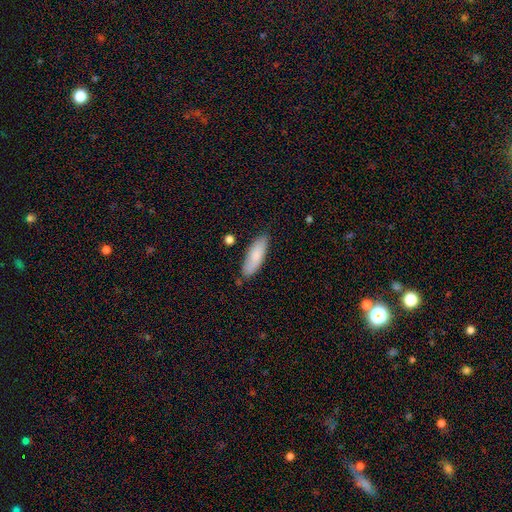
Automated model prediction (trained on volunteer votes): smooth 82%, featured or disk 12%, star or artifact 6%. Down the decision tree: how rounded — in between (56%); merging — none (81%).